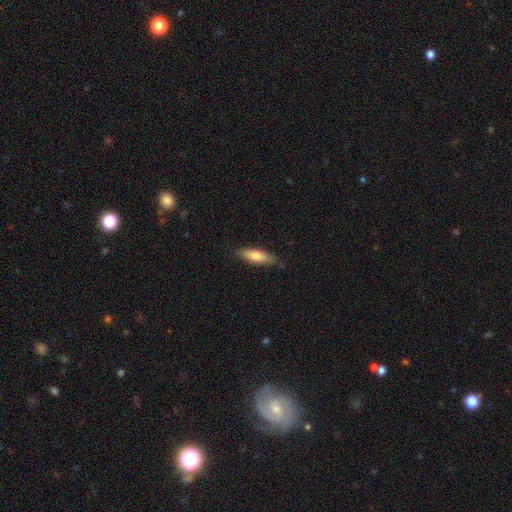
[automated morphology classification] This appears to be a smooth galaxy with no disk features (77%) that is cigar-shaped (52%). Merging: none (79%).